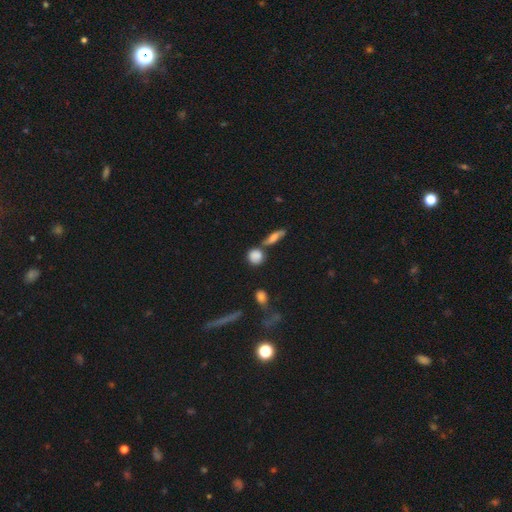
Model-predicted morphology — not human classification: smooth-or-featured: smooth: 80% | featured or disk: 10% | star or artifact: 10%
  how-rounded: round: 74% | in between: 19% | cigar-shaped: 7%
  merging: none: 63% | merger: 18% | minor disturbance: 14% | major disturbance: 5%